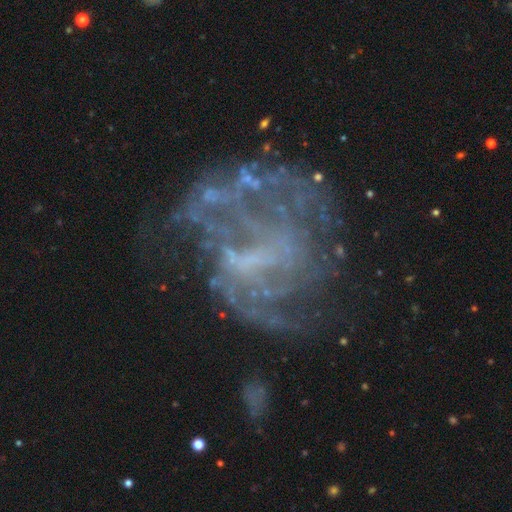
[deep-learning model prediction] smooth-or-featured: featured or disk: 77% | star or artifact: 13% | smooth: 10%
  disk-edge-on: no: 98% | yes: 2%
    bar: no: 45% | weak: 39% | strong: 16%
    has-spiral-arms: yes: 69% | no: 31%
      spiral-winding: medium: 39% | tight: 34% | loose: 27%
      spiral-arm-count: can't tell: 46% | 2: 24% | 3: 11% | 1: 7% | 4: 6% | more than 4: 5%
    bulge-size: none: 63% | small: 24% | moderate: 10% | large: 2% | dominant: 1%
  merging: none: 50% | major disturbance: 28% | minor disturbance: 18% | merger: 4%